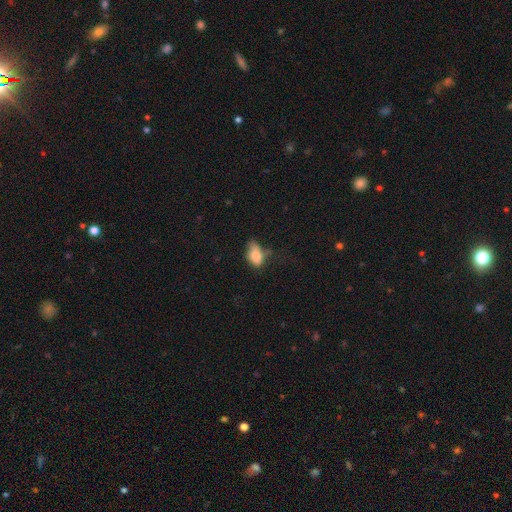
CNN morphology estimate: Overall: smooth (77%). How rounded: in between (87%). Merging: minor disturbance (38%; none 35%).